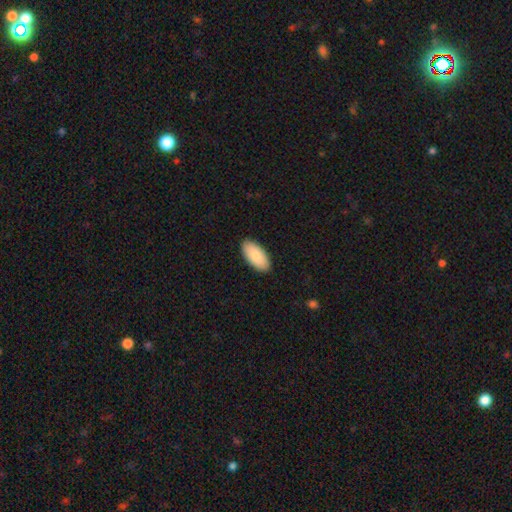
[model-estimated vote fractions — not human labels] This appears to be a smooth galaxy with no disk features (88%) that is in between round and cigar-shaped (94%). Merging: none (90%).